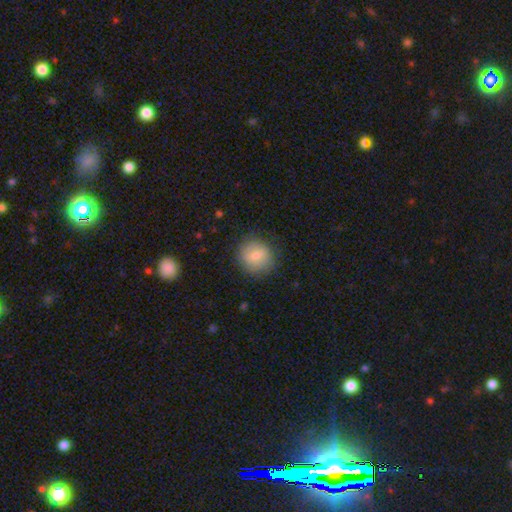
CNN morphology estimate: Smooth or featured?
  - smooth: 80% *
  - featured or disk: 12%
  - star or artifact: 8%
How rounded?
  - round: 88% *
  - in between: 11%
  - cigar-shaped: 1%
Merging?
  - none: 84% *
  - minor disturbance: 11%
  - major disturbance: 4%
  - merger: 1%